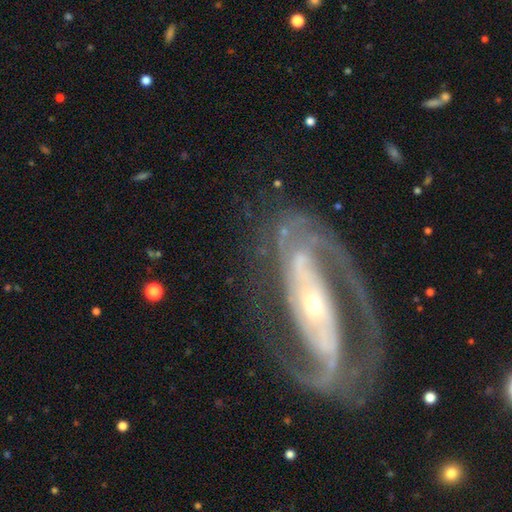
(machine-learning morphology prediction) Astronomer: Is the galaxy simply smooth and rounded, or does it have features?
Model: featured or disk — 90%.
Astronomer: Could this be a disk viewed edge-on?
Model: no — 94%.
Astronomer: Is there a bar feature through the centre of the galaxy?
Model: strong — 51% (runner-up: no, 30%).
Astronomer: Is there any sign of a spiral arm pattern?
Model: yes — 96%.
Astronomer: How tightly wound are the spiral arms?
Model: medium — 47% (runner-up: tight, 39%).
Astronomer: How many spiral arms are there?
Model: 2 — 87%.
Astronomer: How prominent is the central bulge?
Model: small — 70%.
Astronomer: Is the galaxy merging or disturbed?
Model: none — 73%.